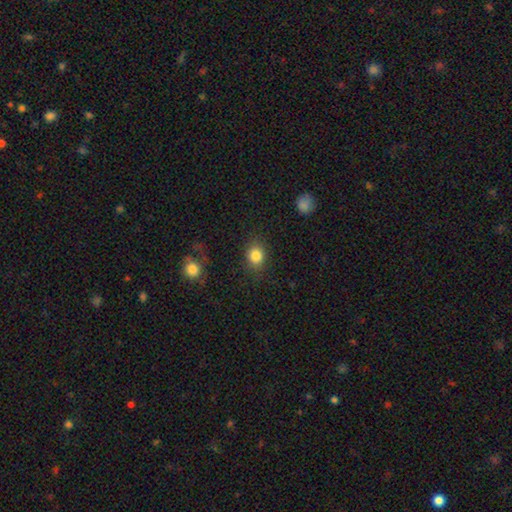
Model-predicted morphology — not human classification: Smooth or featured?
  - smooth: 84% *
  - star or artifact: 10%
  - featured or disk: 6%
How rounded?
  - round: 56% *
  - in between: 43%
  - cigar-shaped: 1%
Merging?
  - none: 84% *
  - minor disturbance: 11%
  - major disturbance: 4%
  - merger: 2%